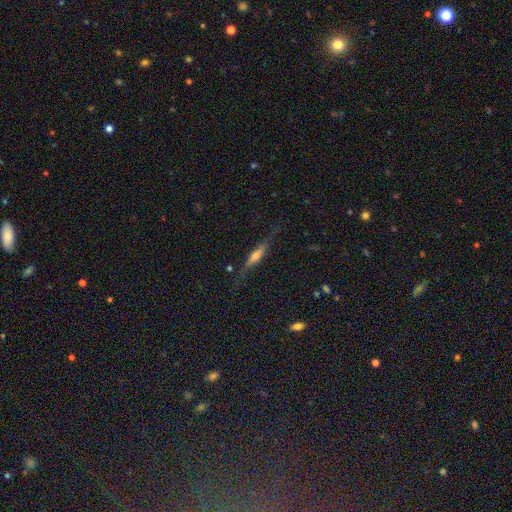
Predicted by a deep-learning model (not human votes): smooth-or-featured: featured or disk: 57% | smooth: 35% | star or artifact: 8%
  disk-edge-on: yes: 90% | no: 10%
    edge-on-bulge: rounded: 62% | boxy: 20% | none: 18%
  merging: none: 73% | minor disturbance: 18% | major disturbance: 7% | merger: 2%